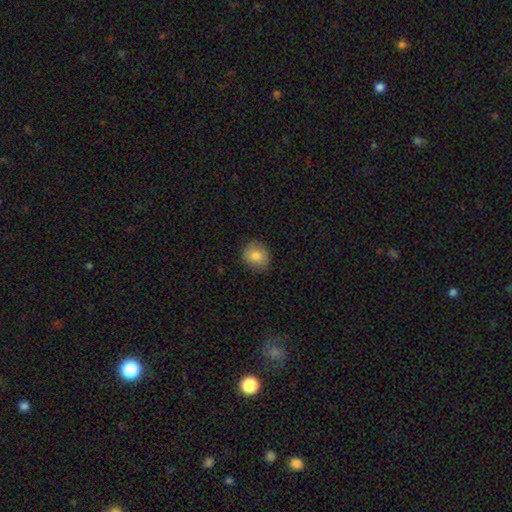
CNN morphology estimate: smooth 83%, star or artifact 8%, featured or disk 8%. Down the decision tree: how rounded — round (73%); merging — none (86%).